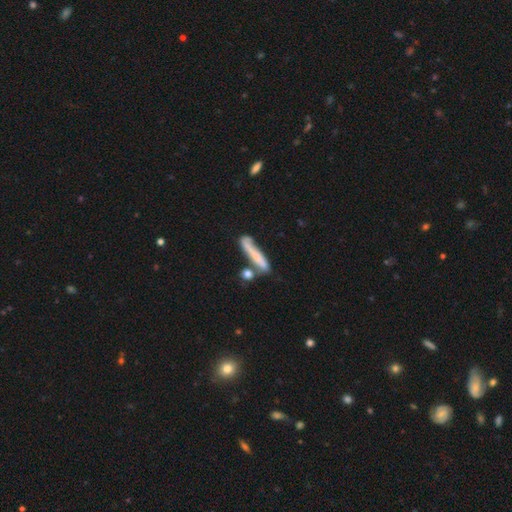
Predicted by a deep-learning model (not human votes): Q: Smooth or featured?
A: smooth (60%); runner-up: featured or disk (32%)
Q: How rounded?
A: cigar-shaped (89%); runner-up: in between (9%)
Q: Merging?
A: none (49%); runner-up: merger (22%)